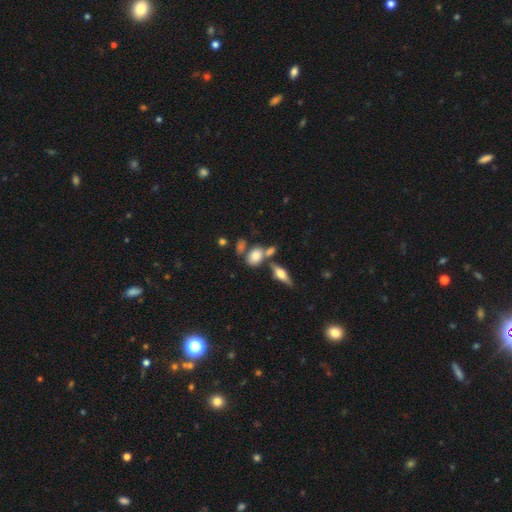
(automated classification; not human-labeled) Smooth or featured?
  - smooth: 74% *
  - featured or disk: 17%
  - star or artifact: 9%
How rounded?
  - in between: 73% *
  - round: 23%
  - cigar-shaped: 4%
Merging?
  - none: 53% *
  - merger: 27%
  - minor disturbance: 14%
  - major disturbance: 5%